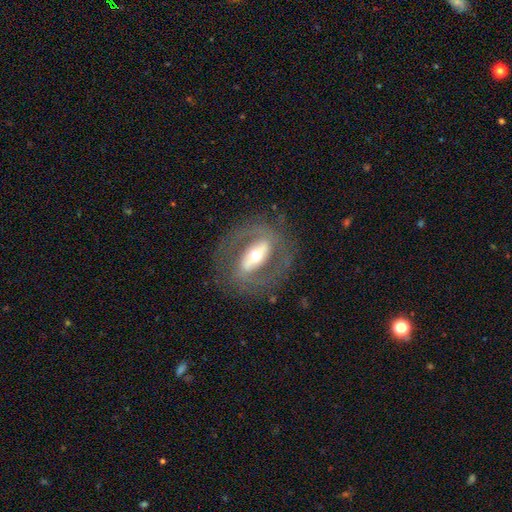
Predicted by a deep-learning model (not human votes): A featured or disk galaxy (79%) with a strong bar (64%), spiral arms (60%) and a moderate central bulge (64%).

Vote fractions:
- Smooth or featured? featured or disk: 79% / smooth: 15% / star or artifact: 6%
- Edge-on disk? no: 88% / yes: 12%
- Bar? strong: 64% / weak: 20% / no: 16%
- Spiral arms? yes: 60% / no: 40%
- Bulge size? moderate: 64% / small: 21% / large: 12% / dominant: 2% / none: 1%
- Merging? none: 76% / minor disturbance: 12% / major disturbance: 10% / merger: 1%